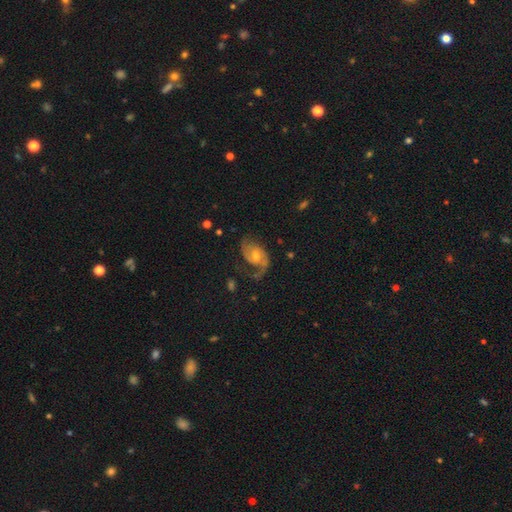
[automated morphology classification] featured or disk 84%, smooth 10%, star or artifact 5%. Down the decision tree: edge-on disk — no (97%); bar — no (57%); spiral arms — yes (95%); spiral arm count — 2 (77%); spiral winding — medium (46%); bulge size — moderate (66%); merging — none (57%).